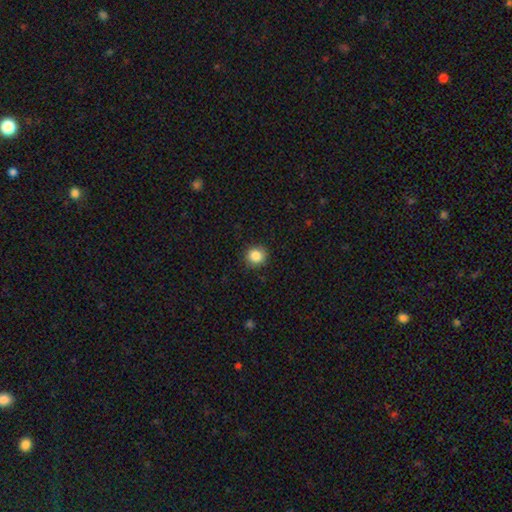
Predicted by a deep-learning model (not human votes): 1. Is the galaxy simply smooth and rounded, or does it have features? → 86% smooth, 10% star or artifact, 4% featured or disk.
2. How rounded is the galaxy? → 91% round, 8% in between, 1% cigar-shaped.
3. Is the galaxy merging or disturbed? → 88% none, 8% minor disturbance, 2% major disturbance, 1% merger.